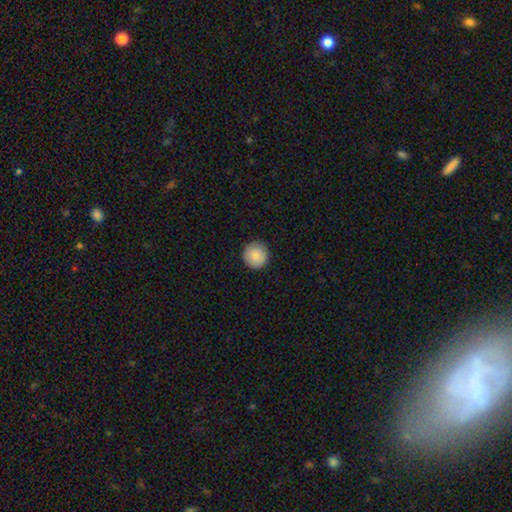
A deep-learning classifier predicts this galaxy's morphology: Overall: smooth (88%). How rounded: round (96%). Merging: none (92%).